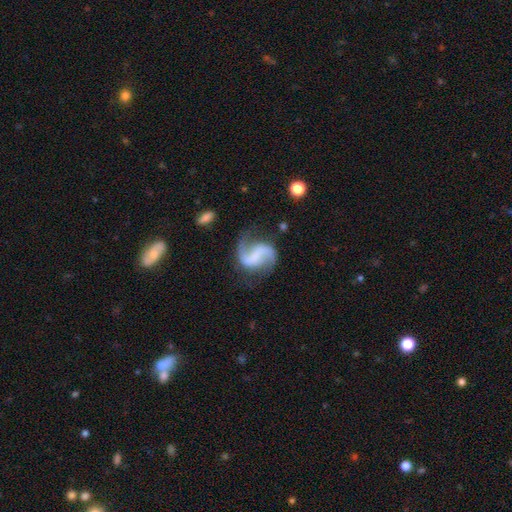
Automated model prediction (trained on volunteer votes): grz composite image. It shows a featured or disk galaxy (88%) with a weak bar (40%), 2 (90%) loose (61%) spiral arms (97%) and no central bulge (61%). Merging: none (70%).